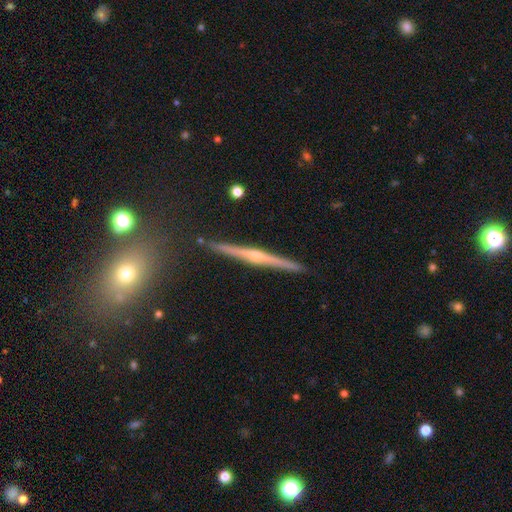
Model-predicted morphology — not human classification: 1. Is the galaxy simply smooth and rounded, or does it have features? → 82% featured or disk, 11% smooth, 7% star or artifact.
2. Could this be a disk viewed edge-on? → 98% yes, 2% no.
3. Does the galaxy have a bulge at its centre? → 83% rounded, 11% none, 6% boxy.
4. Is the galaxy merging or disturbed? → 90% none, 7% minor disturbance, 2% merger, 2% major disturbance.